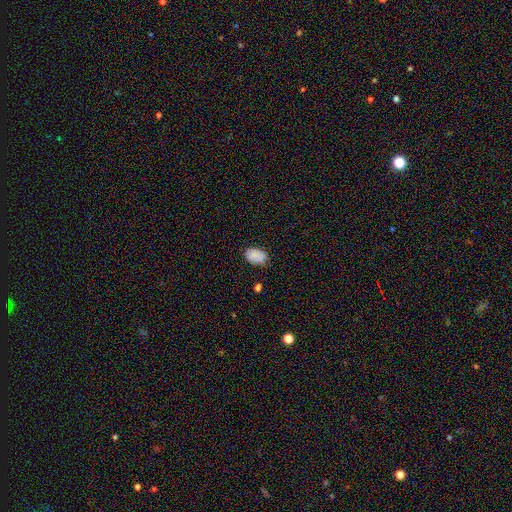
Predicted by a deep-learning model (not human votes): A smooth galaxy with no disk features (85%) that is in between round and cigar-shaped (88%). Merging: none (79%).